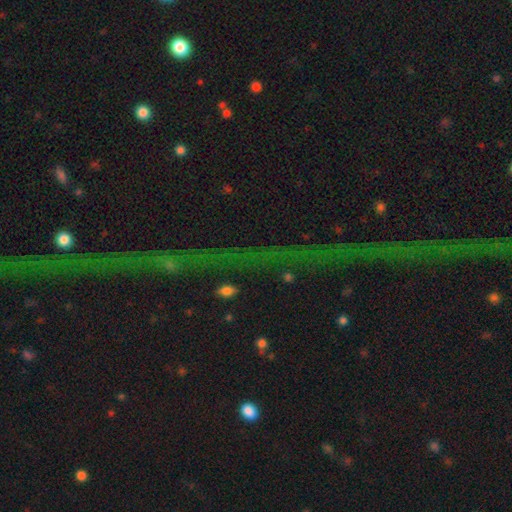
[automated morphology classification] smooth-or-featured: star or artifact: 73% | featured or disk: 16% | smooth: 10%